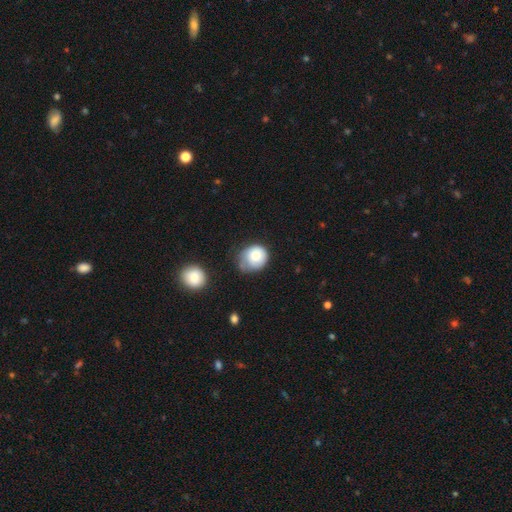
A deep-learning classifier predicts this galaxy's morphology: The model was most divided on "merging": minor disturbance: 41%, none: 39%, major disturbance: 17%, merger: 4%. More confident: how rounded — round (77%); smooth or featured — smooth (72%).